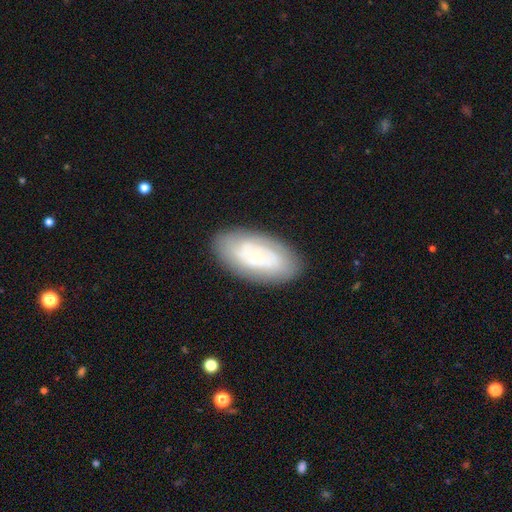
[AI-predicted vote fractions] Overall: featured or disk (63%; smooth 30%). Edge-on disk: no (93%). Bar: no (77%). Spiral arms: yes (71%). Bulge size: small (80%). Merging: none (82%).